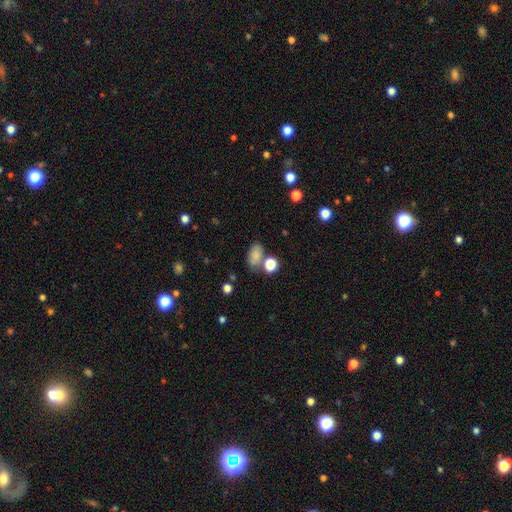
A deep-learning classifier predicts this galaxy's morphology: Overall: smooth (79%). How rounded: in between (84%). Merging: none (57%; merger 19%).